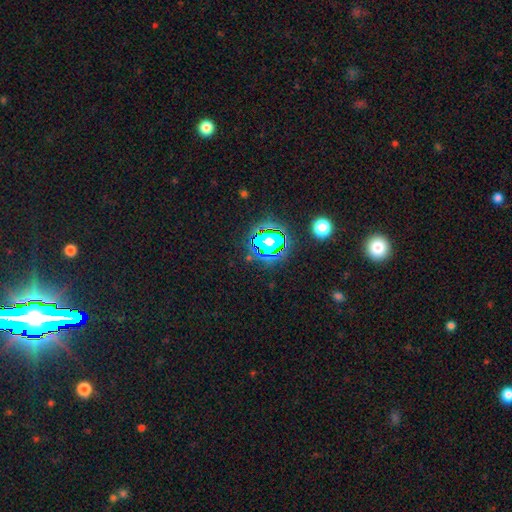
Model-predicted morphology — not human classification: type=star or artifact (80%).